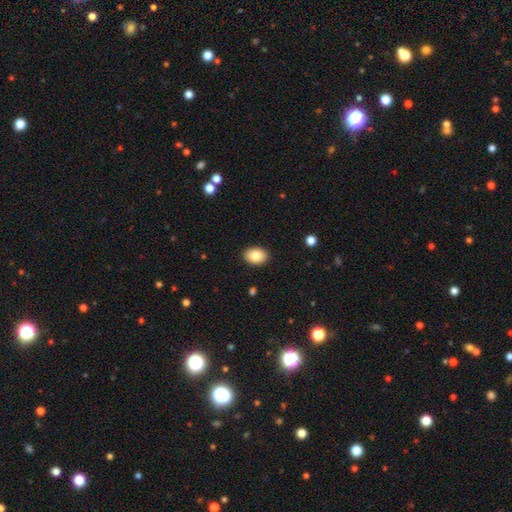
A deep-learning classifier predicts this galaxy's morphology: smooth-or-featured: smooth: 84% | featured or disk: 8% | star or artifact: 8%
  how-rounded: in between: 75% | round: 24% | cigar-shaped: 1%
  merging: none: 90% | minor disturbance: 7% | major disturbance: 2% | merger: 1%